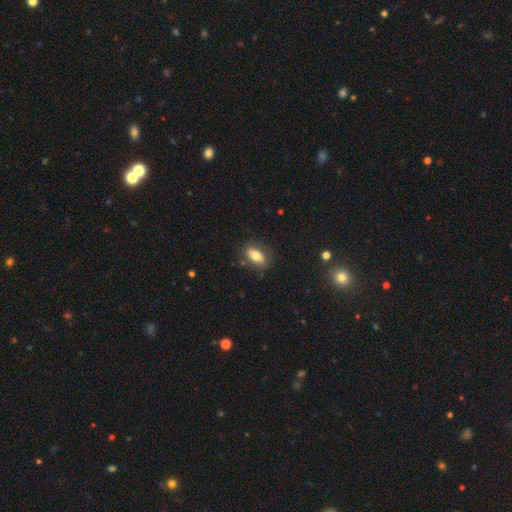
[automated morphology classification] Overall: smooth (74%). How rounded: in between (86%). Merging: none (79%).